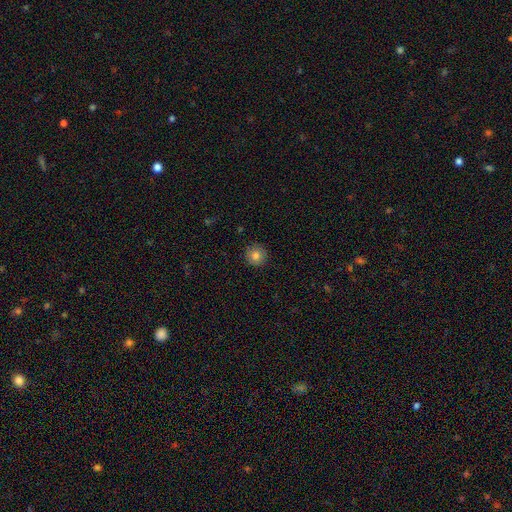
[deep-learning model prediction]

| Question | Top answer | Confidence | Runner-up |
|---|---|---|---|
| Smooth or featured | smooth | 82% | star or artifact (10%) |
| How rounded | round | 96% | in between (3%) |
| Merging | none | 91% | minor disturbance (6%) |